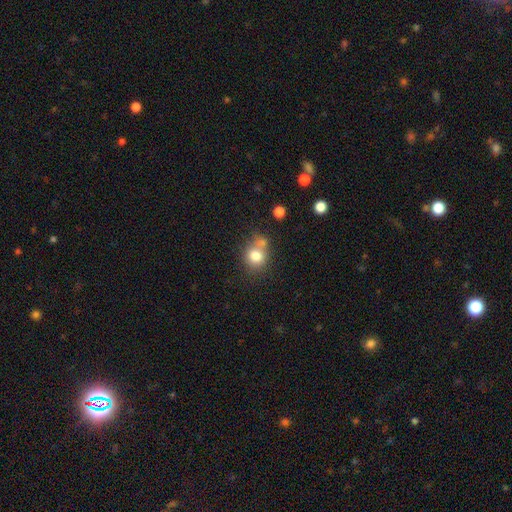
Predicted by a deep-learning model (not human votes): Smooth or featured?
  - smooth: 79% *
  - featured or disk: 11%
  - star or artifact: 10%
How rounded?
  - round: 74% *
  - in between: 25%
  - cigar-shaped: 1%
Merging?
  - none: 49% *
  - merger: 29%
  - minor disturbance: 16%
  - major disturbance: 6%